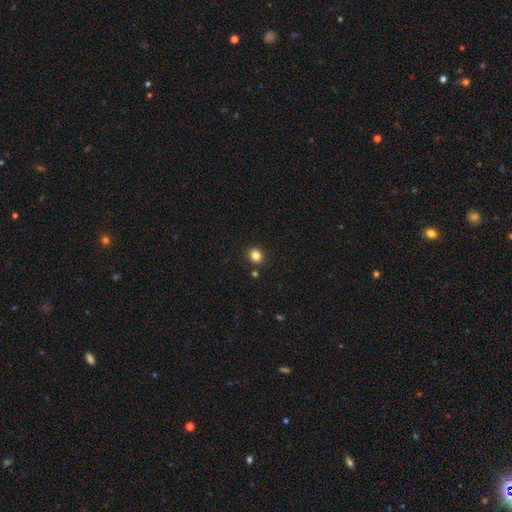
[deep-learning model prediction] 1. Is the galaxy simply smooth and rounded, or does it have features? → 83% smooth, 12% star or artifact, 5% featured or disk.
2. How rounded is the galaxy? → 76% round, 23% in between, 1% cigar-shaped.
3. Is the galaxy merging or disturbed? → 89% none, 6% minor disturbance, 3% merger, 2% major disturbance.